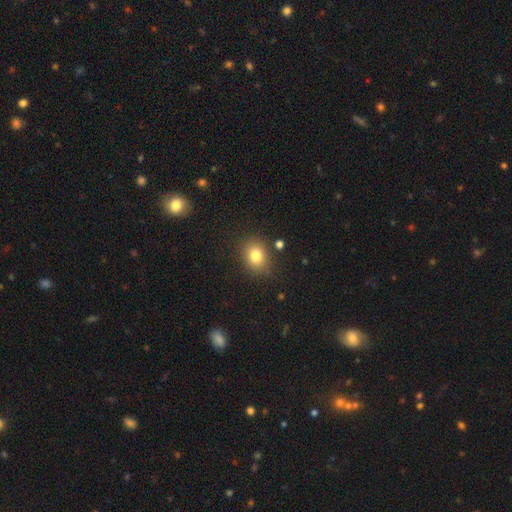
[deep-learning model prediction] Smooth or featured? smooth (80%)
How rounded? in between (50%)
Merging? none (82%)